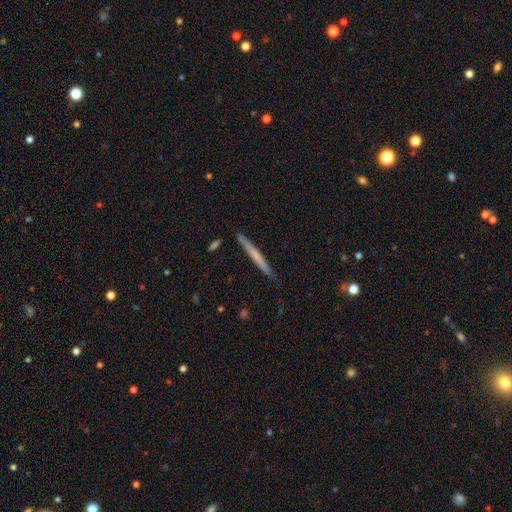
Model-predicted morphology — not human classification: Smooth or featured? smooth (51%)
How rounded? cigar-shaped (97%)
Merging? none (89%)